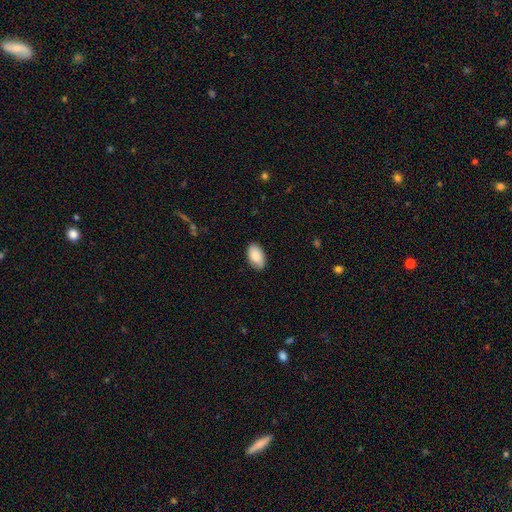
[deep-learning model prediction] Smooth or featured? smooth (84%)
How rounded? in between (94%)
Merging? none (85%)